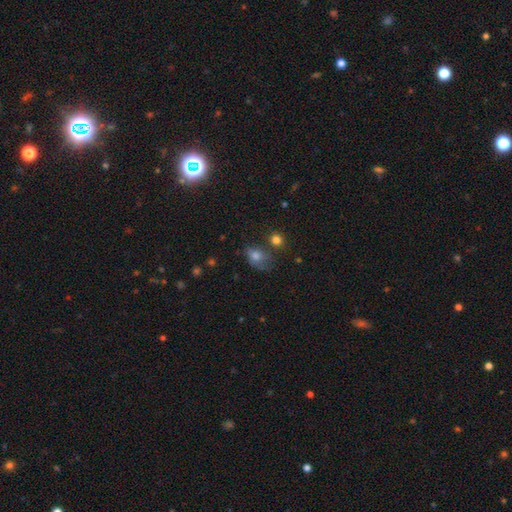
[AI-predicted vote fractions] Smooth or featured? smooth (69%)
How rounded? in between (68%)
Merging? none (44%)